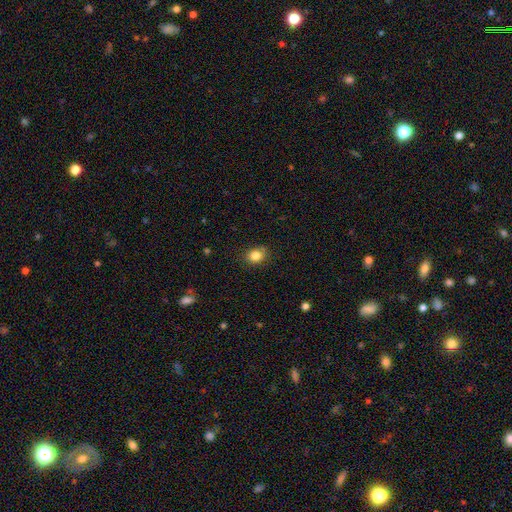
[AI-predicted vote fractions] A smooth galaxy with no disk features (84%) that is round (54%).

Vote fractions:
- Smooth or featured? smooth: 84% / star or artifact: 10% / featured or disk: 6%
- How rounded? round: 54% / in between: 45% / cigar-shaped: 1%
- Merging? none: 84% / minor disturbance: 12% / major disturbance: 3% / merger: 1%